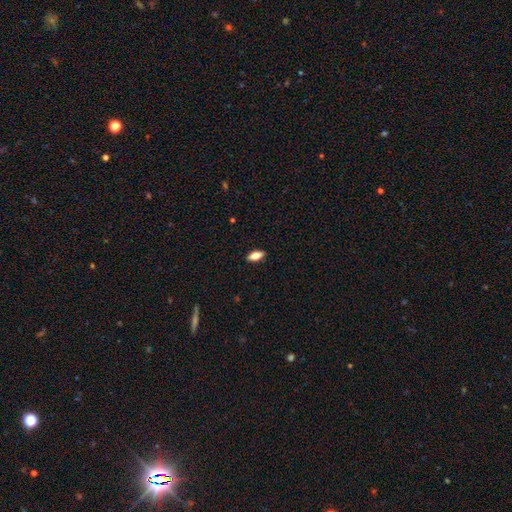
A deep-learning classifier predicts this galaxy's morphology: Smooth or featured?
  - smooth: 73% *
  - featured or disk: 19%
  - star or artifact: 7%
How rounded?
  - in between: 83% *
  - cigar-shaped: 14%
  - round: 3%
Merging?
  - none: 90% *
  - minor disturbance: 8%
  - major disturbance: 2%
  - merger: 1%